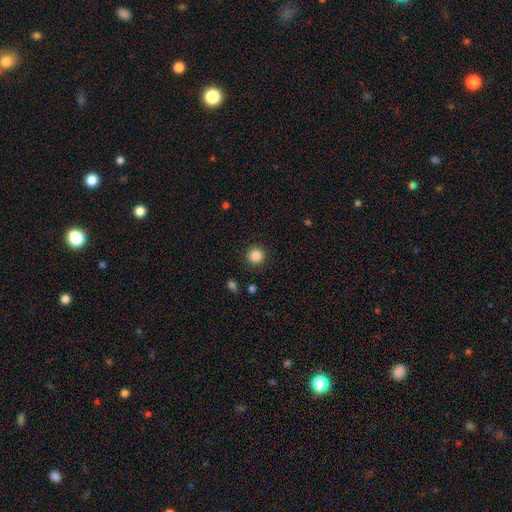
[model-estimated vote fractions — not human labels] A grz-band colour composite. It shows a smooth galaxy with no disk features (86%) that is round (95%). Merging: none (91%).